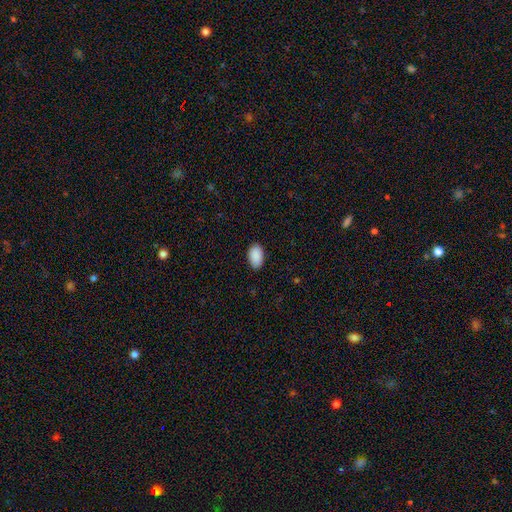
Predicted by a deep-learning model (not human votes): A smooth galaxy with no disk features (91%) that is in between round and cigar-shaped (94%).

Vote fractions:
- Smooth or featured? smooth: 91% / star or artifact: 6% / featured or disk: 3%
- How rounded? in between: 94% / round: 5% / cigar-shaped: 1%
- Merging? none: 88% / minor disturbance: 9% / major disturbance: 2% / merger: 1%